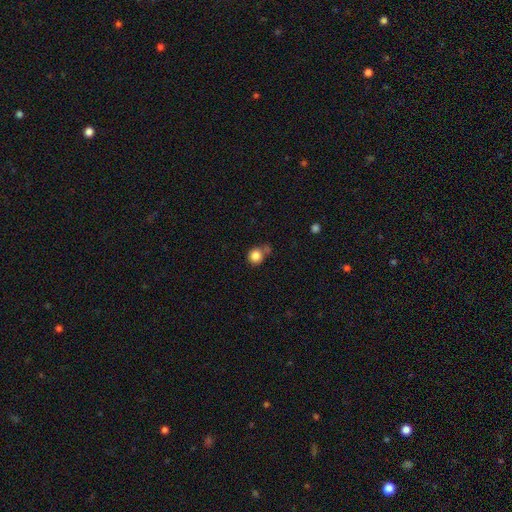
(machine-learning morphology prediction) Smooth or featured?
  - smooth: 85% *
  - star or artifact: 10%
  - featured or disk: 5%
How rounded?
  - round: 87% *
  - in between: 12%
  - cigar-shaped: 1%
Merging?
  - none: 60% *
  - merger: 19%
  - minor disturbance: 16%
  - major disturbance: 5%